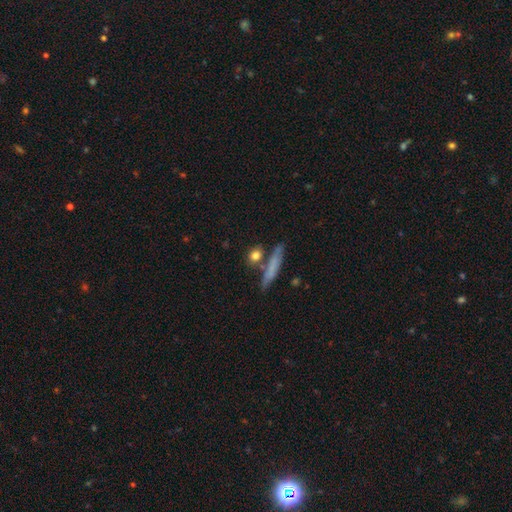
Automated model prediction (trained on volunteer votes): A smooth galaxy with no disk features (79%) that is round (55%).

Vote fractions:
- Smooth or featured? smooth: 79% / featured or disk: 13% / star or artifact: 8%
- How rounded? round: 55% / in between: 24% / cigar-shaped: 21%
- Merging? none: 70% / merger: 14% / minor disturbance: 12% / major disturbance: 4%